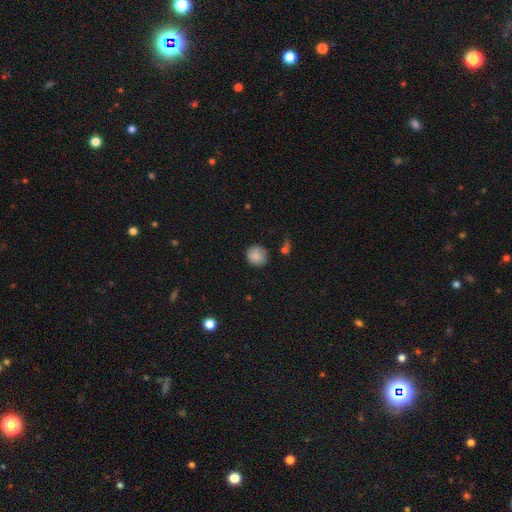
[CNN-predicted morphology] Smooth or featured? smooth (86%)
How rounded? round (88%)
Merging? none (74%)